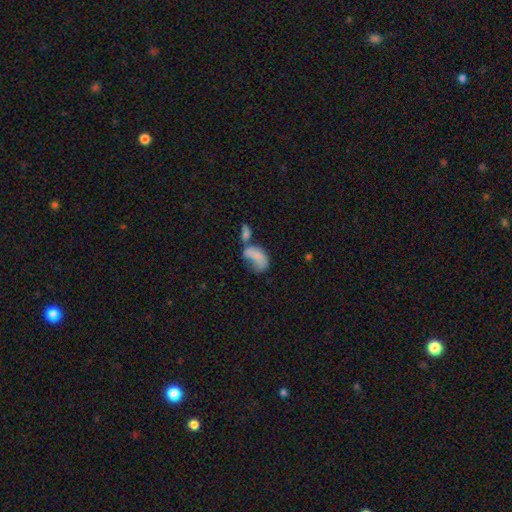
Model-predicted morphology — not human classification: Smooth or featured? Predicted: smooth (p=0.67). How rounded? Predicted: in between (p=0.89). Merging? Predicted: merger (p=0.50).